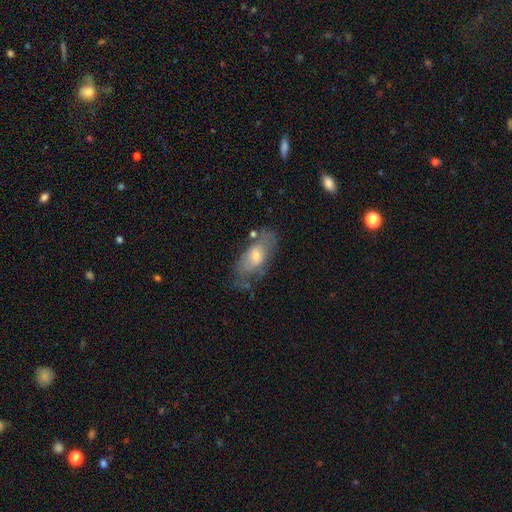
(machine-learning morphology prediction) A featured or disk galaxy (51%).

Vote fractions:
- Smooth or featured? featured or disk: 51% / smooth: 42% / star or artifact: 7%
- Edge-on disk? no: 88% / yes: 12%
- Merging? none: 54% / minor disturbance: 26% / major disturbance: 14% / merger: 5%